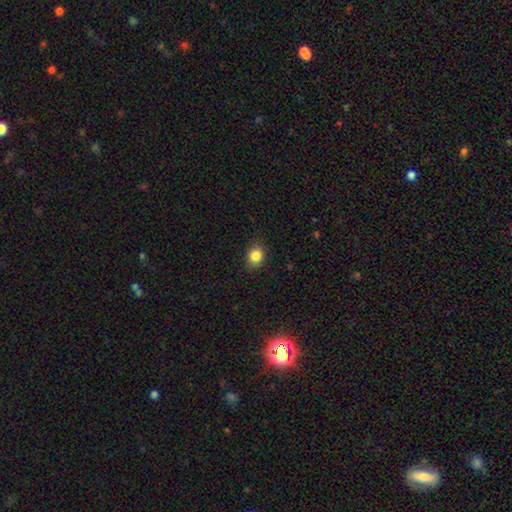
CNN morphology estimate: The model was most divided on "how rounded": round: 65%, in between: 34%, cigar-shaped: 1%. More confident: merging — none (86%); smooth or featured — smooth (85%).